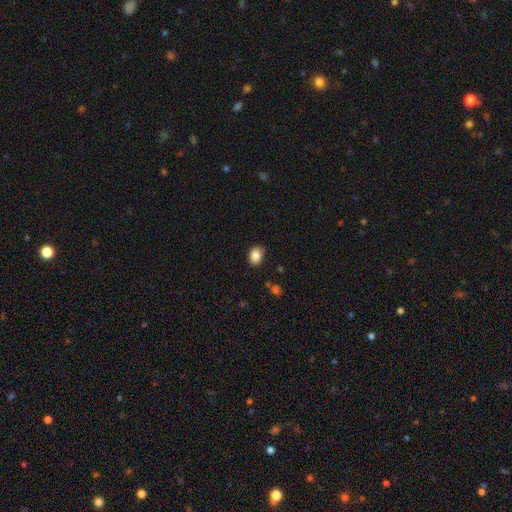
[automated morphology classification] Smooth or featured? smooth (86%)
How rounded? in between (57%)
Merging? none (85%)